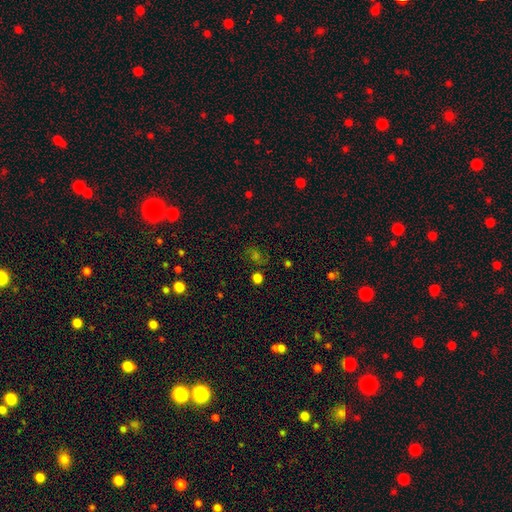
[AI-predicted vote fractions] star or artifact 48%, smooth 35%, featured or disk 16%.